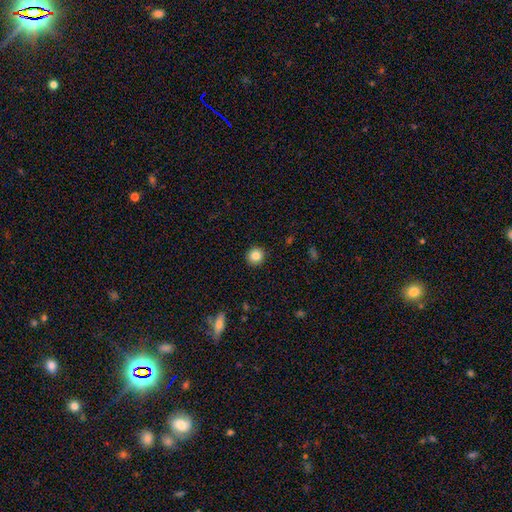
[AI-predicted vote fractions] smooth_or_featured: smooth (p=0.85) [alt: star or artifact p=0.10]
how_rounded: round (p=0.91) [alt: in between p=0.08]
merging: none (p=0.92) [alt: minor disturbance p=0.05]